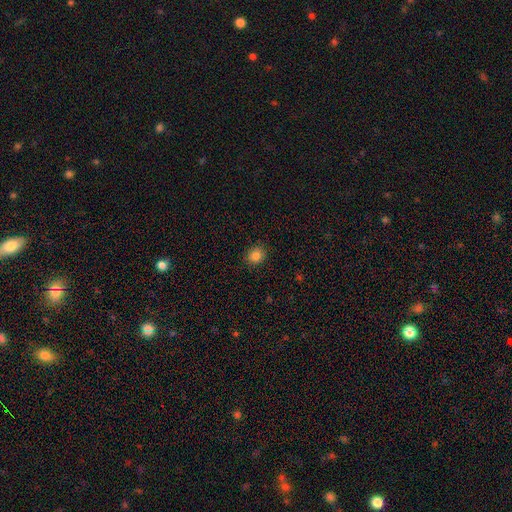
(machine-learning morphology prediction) Smooth or featured? smooth (84%)
How rounded? round (73%)
Merging? none (89%)